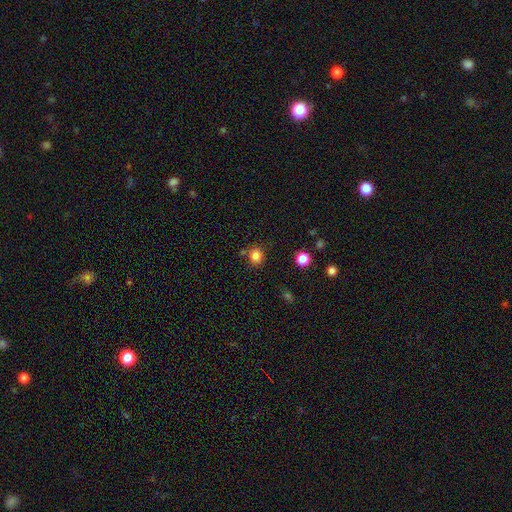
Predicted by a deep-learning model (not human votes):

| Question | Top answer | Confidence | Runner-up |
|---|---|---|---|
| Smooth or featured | smooth | 82% | star or artifact (12%) |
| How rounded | round | 79% | in between (20%) |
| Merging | none | 78% | minor disturbance (11%) |